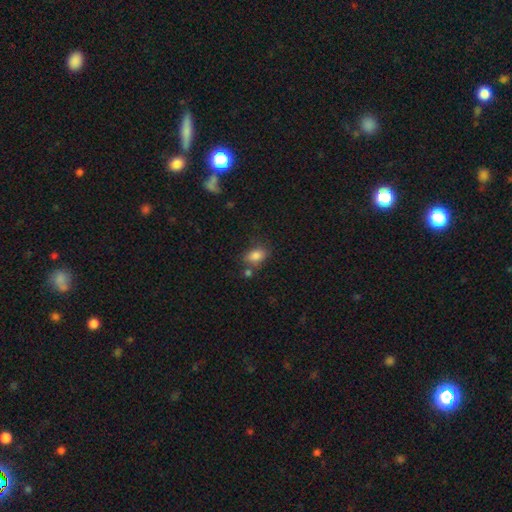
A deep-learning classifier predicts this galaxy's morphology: This appears to be a smooth galaxy with no disk features (84%) that is in between round and cigar-shaped (82%). Merging: none (63%).